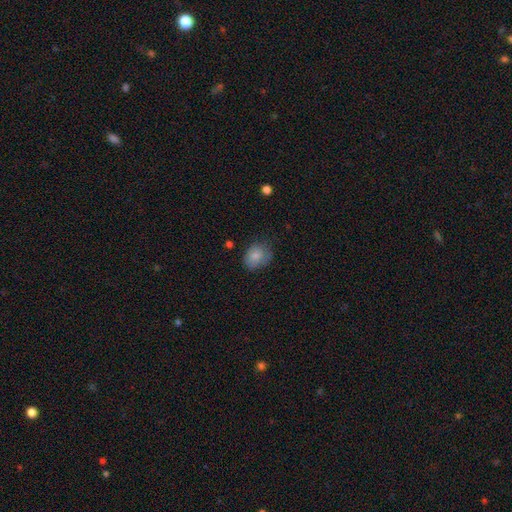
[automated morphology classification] The model was most divided on "how rounded": in between: 55%, round: 45%, cigar-shaped: 1%. More confident: smooth or featured — smooth (81%); merging — none (63%).